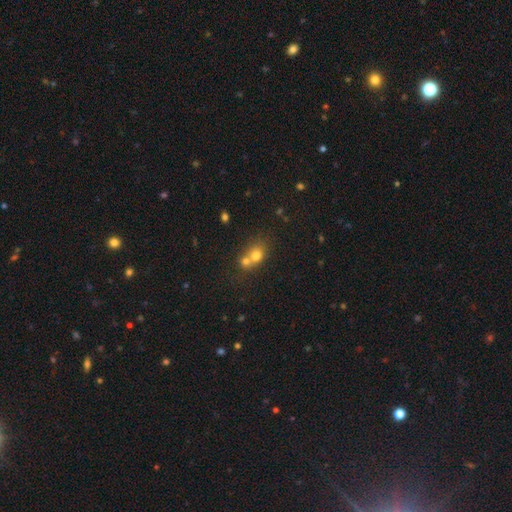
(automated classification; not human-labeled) A smooth galaxy with no disk features (72%) that is round (63%). Merging: merger (60%).